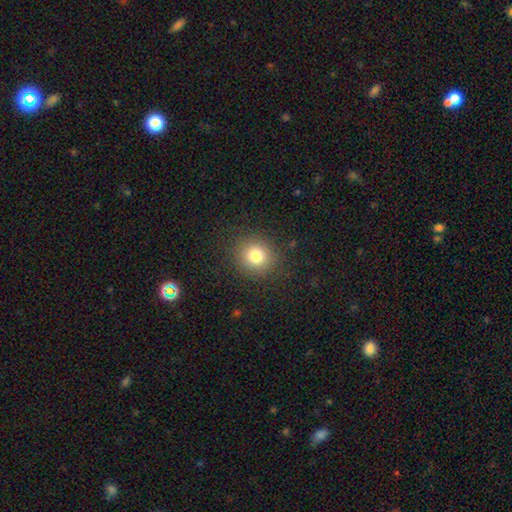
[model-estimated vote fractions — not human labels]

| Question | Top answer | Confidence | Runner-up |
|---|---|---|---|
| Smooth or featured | smooth | 80% | star or artifact (13%) |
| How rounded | round | 87% | in between (12%) |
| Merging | none | 88% | minor disturbance (7%) |